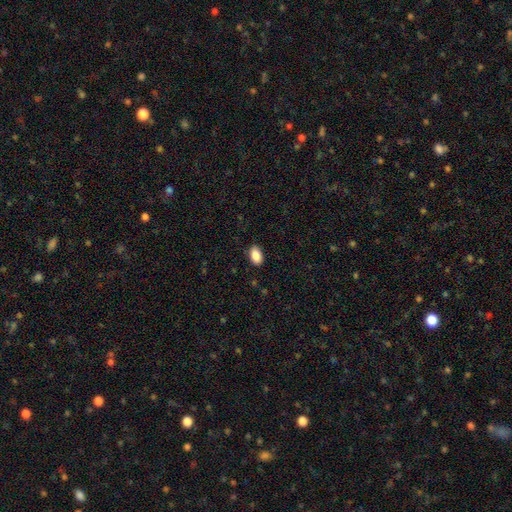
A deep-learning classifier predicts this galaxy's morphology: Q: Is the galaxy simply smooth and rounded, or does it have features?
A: smooth — 89%.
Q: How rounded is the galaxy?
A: in between — 92%.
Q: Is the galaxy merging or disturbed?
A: none — 86%.